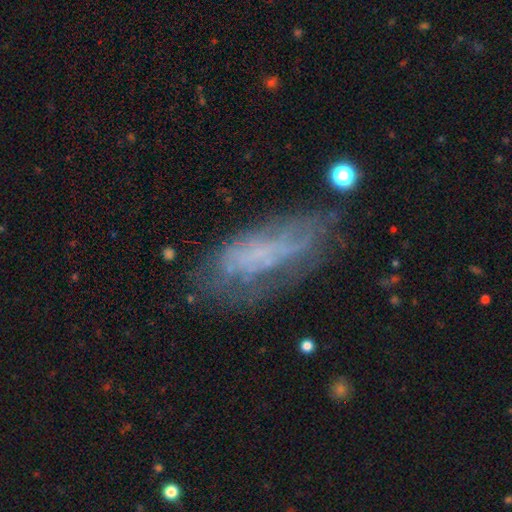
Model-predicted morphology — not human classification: Smooth or featured? Predicted: featured or disk (p=0.55). Edge-on disk? Predicted: no (p=0.87). Merging? Predicted: none (p=0.51).